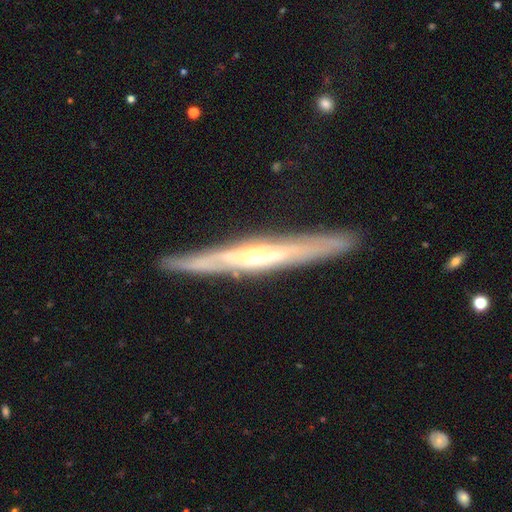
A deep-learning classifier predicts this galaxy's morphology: Smooth or featured?
  - featured or disk: 82% *
  - smooth: 13%
  - star or artifact: 5%
Edge-on disk?
  - yes: 91% *
  - no: 9%
Edge-on bulge?
  - rounded: 76% *
  - none: 18%
  - boxy: 6%
Merging?
  - none: 88% *
  - minor disturbance: 9%
  - major disturbance: 2%
  - merger: 1%